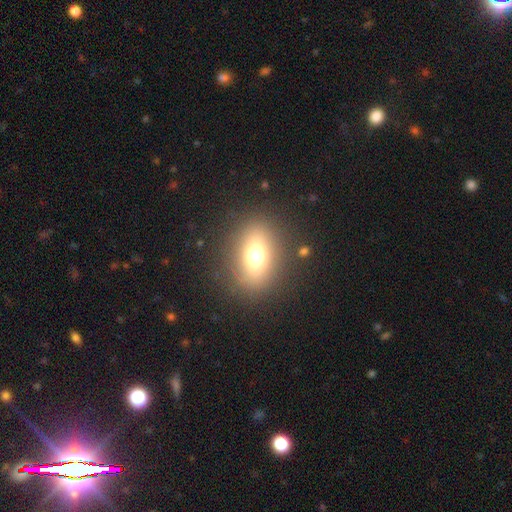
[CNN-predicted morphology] This is likely a smooth galaxy (68%). How rounded: likely in between (67%). Merging: clearly none (85%).